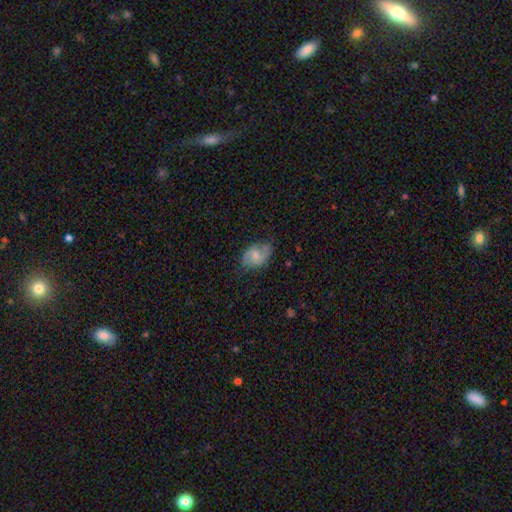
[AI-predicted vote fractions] Overall: smooth (49%; featured or disk 43%). Merging: none (65%; minor disturbance 26%).